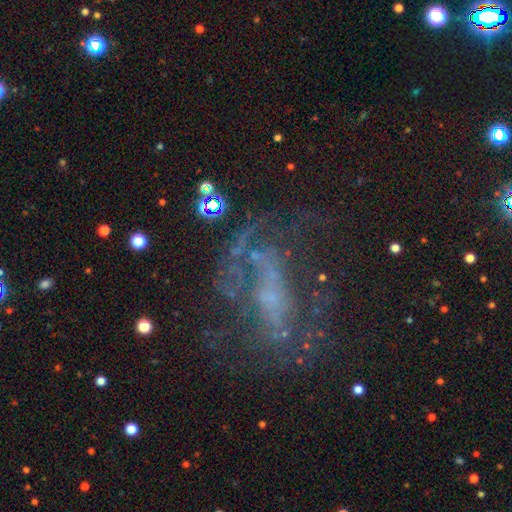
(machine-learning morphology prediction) This is likely a featured or disk galaxy (67%). It is clearly not viewed edge-on (95%). Bar: likely no (61%). Spiral arm pattern: likely yes (64%). Central bulge: marginally small (43%). Merging: marginally none (44%).